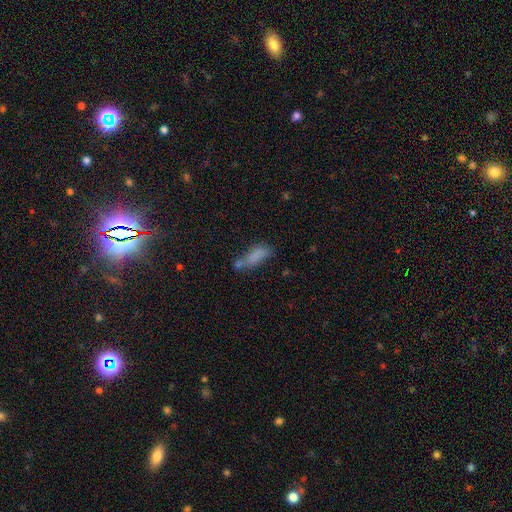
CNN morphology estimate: Smooth or featured?
  - smooth: 78% *
  - featured or disk: 11%
  - star or artifact: 11%
How rounded?
  - in between: 66% *
  - cigar-shaped: 31%
  - round: 3%
Merging?
  - none: 45% *
  - minor disturbance: 22%
  - merger: 22%
  - major disturbance: 11%